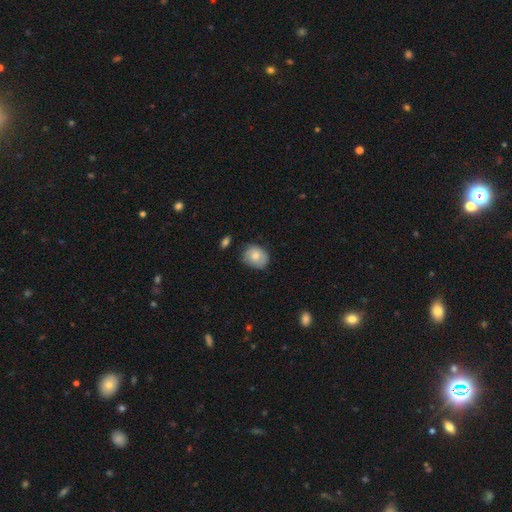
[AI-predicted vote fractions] This is likely a smooth galaxy (74%). How rounded: likely round (61%). Merging: likely none (69%).